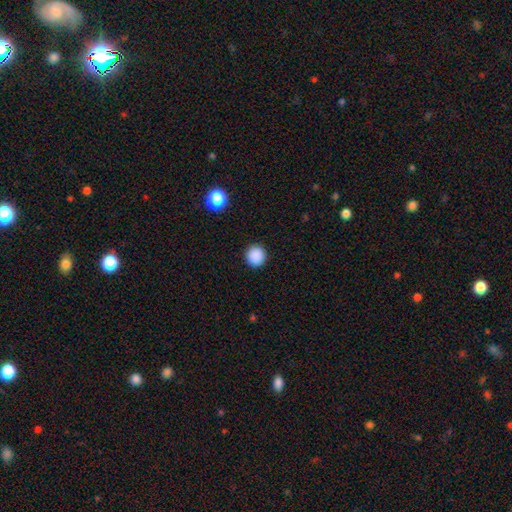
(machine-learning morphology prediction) type=smooth (88%); roundness=round (92%); merging=none (92%).